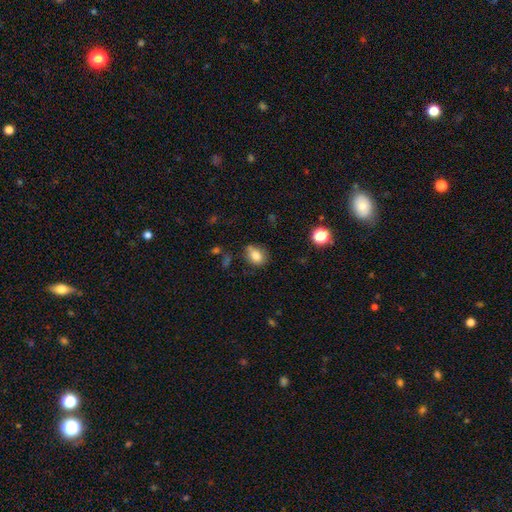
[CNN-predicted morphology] This appears to be a smooth galaxy with no disk features (82%) that is in between round and cigar-shaped (62%). Merging: none (72%).